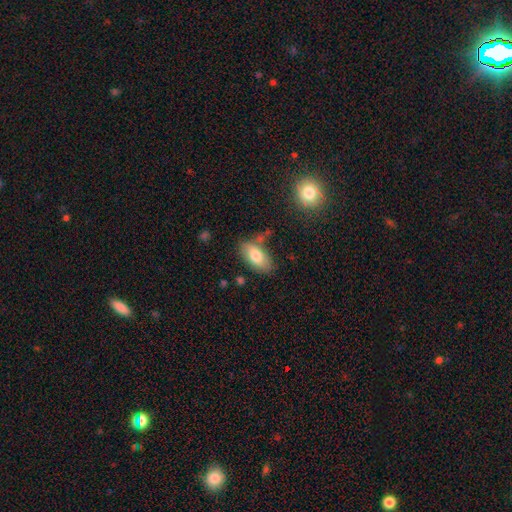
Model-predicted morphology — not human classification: smooth_or_featured: smooth (p=0.79) [alt: featured or disk p=0.15]
how_rounded: in between (p=0.92) [alt: cigar-shaped p=0.05]
merging: none (p=0.74) [alt: minor disturbance p=0.17]